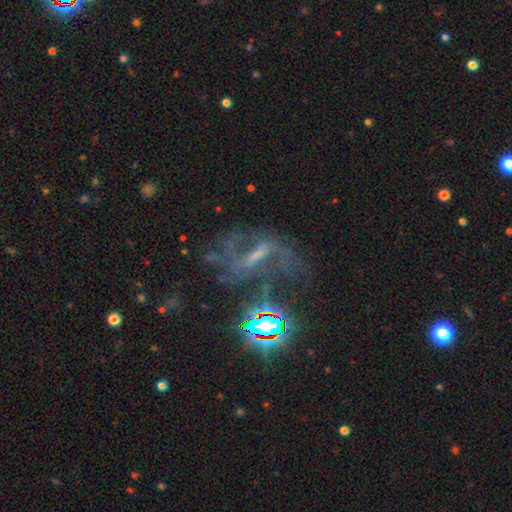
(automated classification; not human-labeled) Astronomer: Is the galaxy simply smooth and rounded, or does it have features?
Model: featured or disk — 69%.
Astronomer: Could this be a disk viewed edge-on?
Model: no — 91%.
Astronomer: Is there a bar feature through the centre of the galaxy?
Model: strong — 56%.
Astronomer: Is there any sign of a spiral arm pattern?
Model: yes — 78%.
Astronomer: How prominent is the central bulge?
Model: none — 35% (runner-up: small, 29%).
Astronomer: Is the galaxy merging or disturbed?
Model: none — 41% (runner-up: major disturbance, 35%).